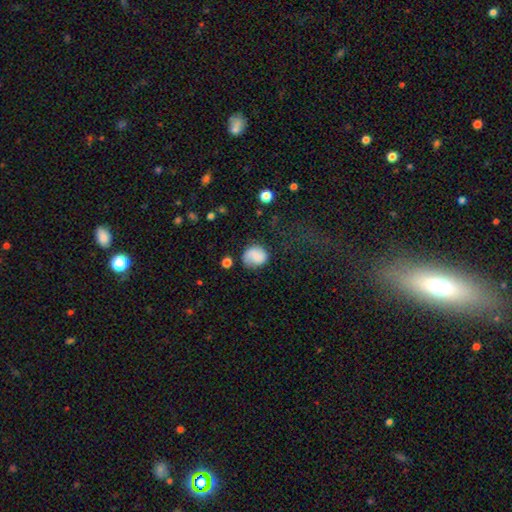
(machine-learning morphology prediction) type=smooth (66%); roundness=round (75%); merging=none (65%).